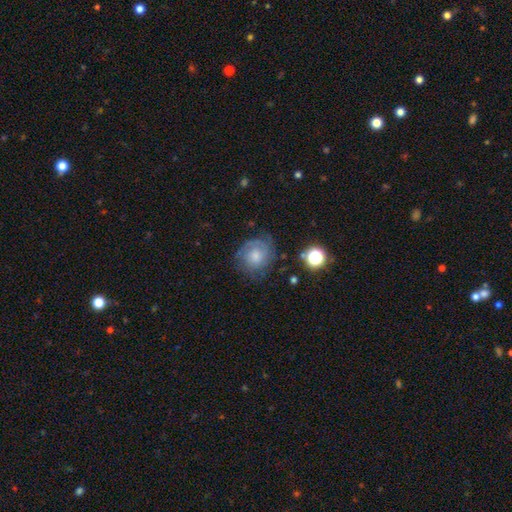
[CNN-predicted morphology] type=smooth (51%); roundness=round (76%); merging=none (66%).